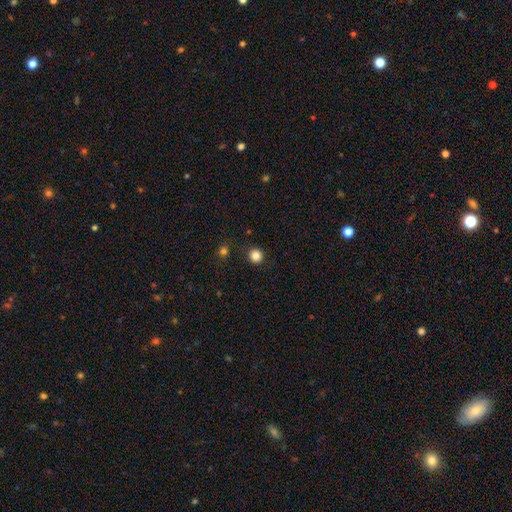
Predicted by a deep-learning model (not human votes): The model was most divided on "smooth or featured": smooth: 84%, star or artifact: 12%, featured or disk: 4%. More confident: how rounded — round (92%); merging — none (91%).